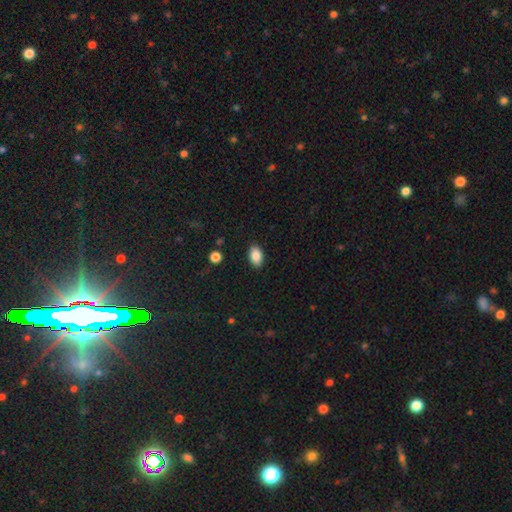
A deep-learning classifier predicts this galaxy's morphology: Overall: smooth (87%). How rounded: in between (92%). Merging: none (89%).